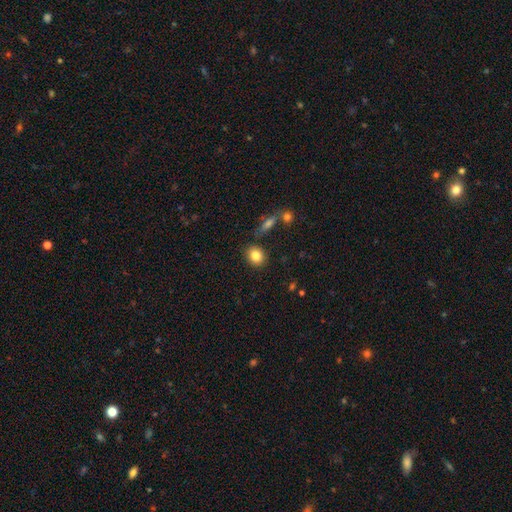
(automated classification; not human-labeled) This appears to be a smooth galaxy with no disk features (83%) that is round (61%). Merging: none (84%).